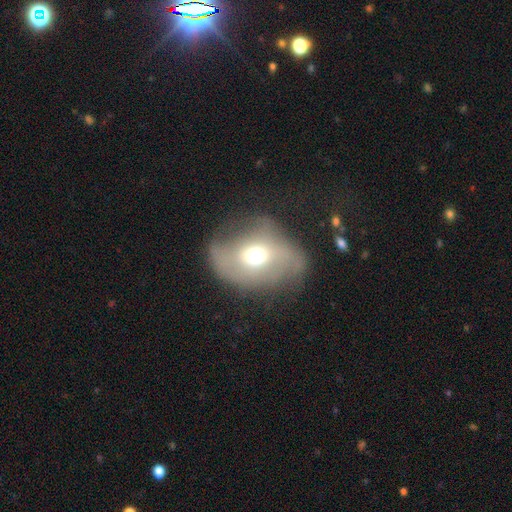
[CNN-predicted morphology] A featured or disk galaxy (47%).

Vote fractions:
- Smooth or featured? featured or disk: 47% / smooth: 41% / star or artifact: 12%
- Merging? none: 45% / major disturbance: 28% / minor disturbance: 25% / merger: 3%